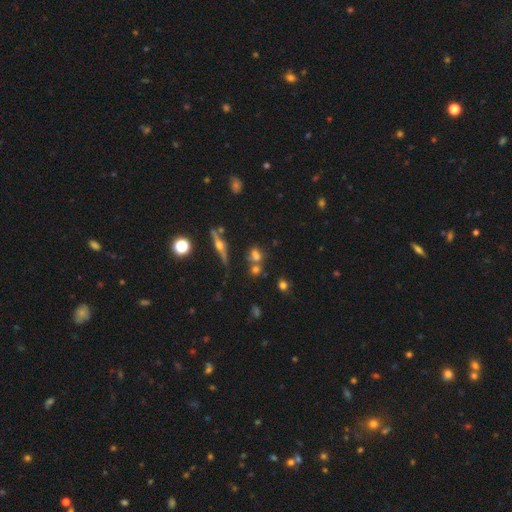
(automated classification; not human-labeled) A smooth galaxy with no disk features (54%) that is round (55%). Merging: none (58%).